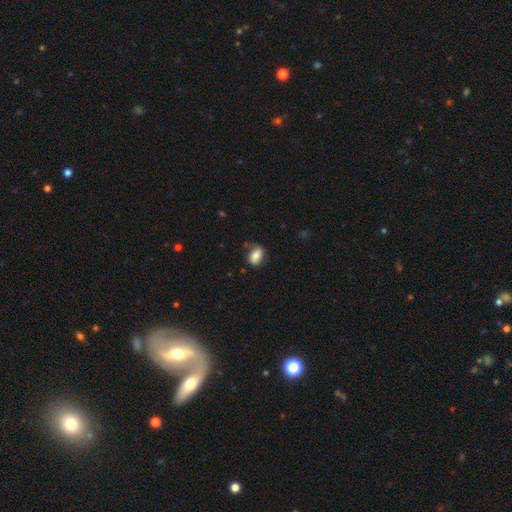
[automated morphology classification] smooth 72%, featured or disk 19%, star or artifact 8%. Down the decision tree: how rounded — in between (81%); merging — none (65%).